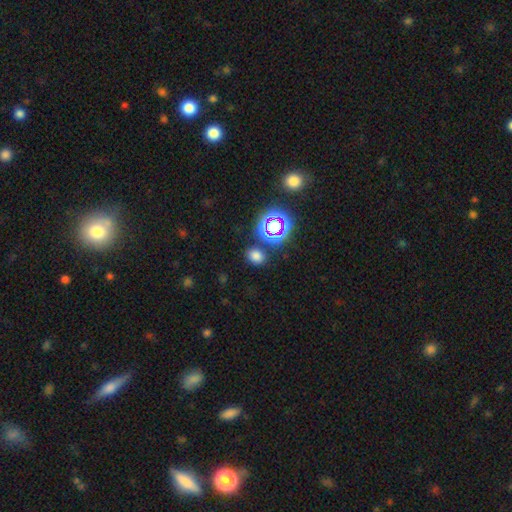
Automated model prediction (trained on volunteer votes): smooth-or-featured: smooth: 71% | star or artifact: 23% | featured or disk: 6%
  how-rounded: in between: 58% | round: 41% | cigar-shaped: 1%
  merging: none: 84% | minor disturbance: 9% | merger: 4% | major disturbance: 3%